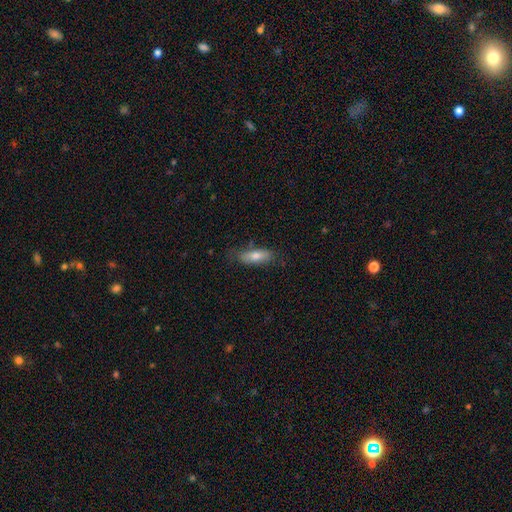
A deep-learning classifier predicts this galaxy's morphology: Overall: smooth (72%). How rounded: in between (60%; cigar-shaped 38%). Merging: none (75%).